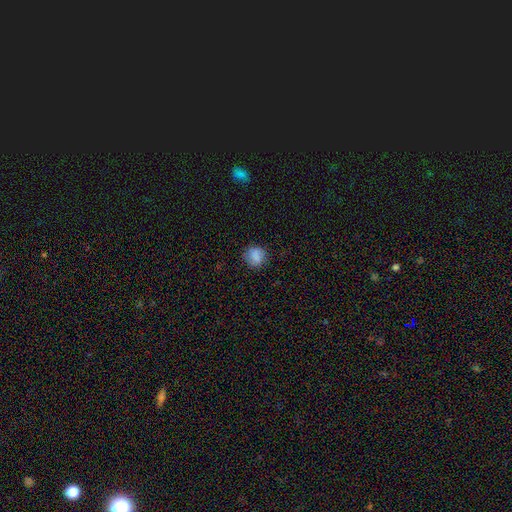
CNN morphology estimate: type=smooth (76%); roundness=round (78%); merging=none (79%).